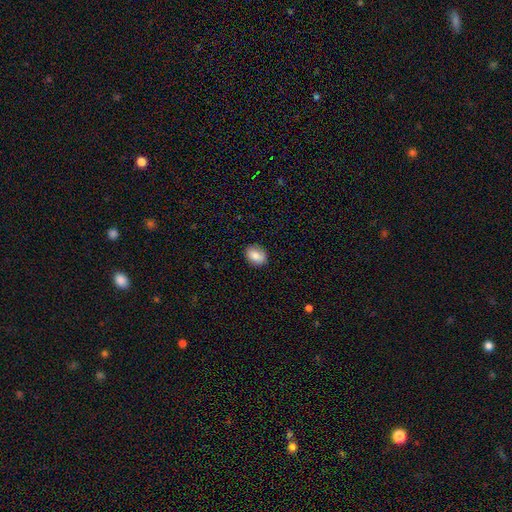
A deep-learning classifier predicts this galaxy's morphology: type=smooth (80%); roundness=in between (67%); merging=none (85%).